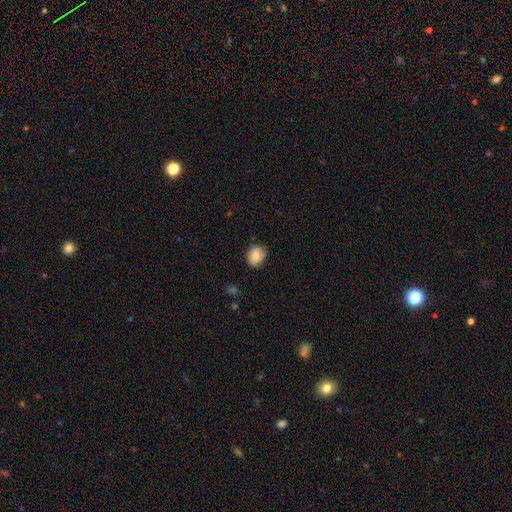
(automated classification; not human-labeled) Smooth or featured? smooth (76%)
How rounded? round (64%)
Merging? none (72%)